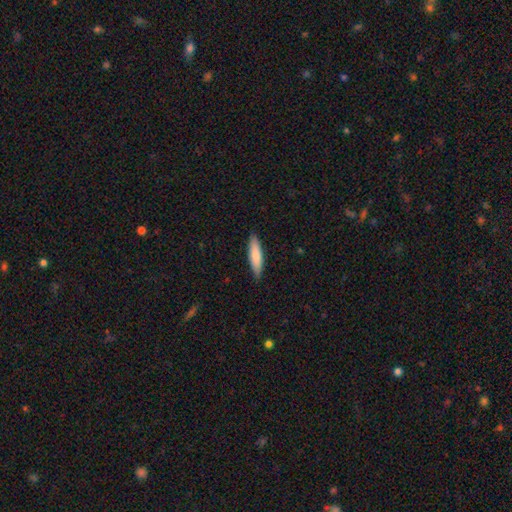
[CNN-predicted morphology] Overall: smooth (80%). How rounded: cigar-shaped (75%). Merging: none (88%).